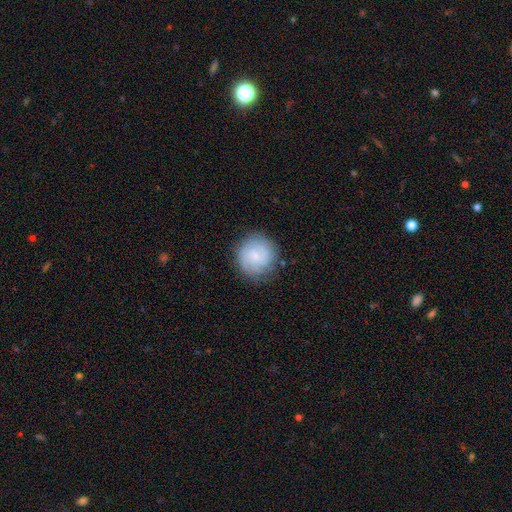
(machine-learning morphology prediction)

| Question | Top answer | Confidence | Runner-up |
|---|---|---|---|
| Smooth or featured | featured or disk | 48% | smooth (44%) |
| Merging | none | 82% | minor disturbance (13%) |